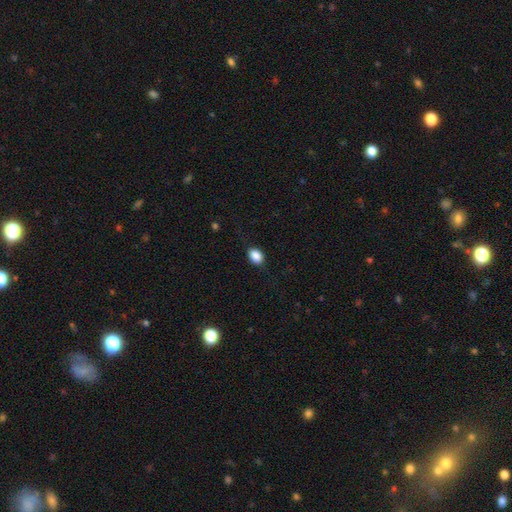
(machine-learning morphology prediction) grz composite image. It shows a smooth galaxy with no disk features (89%) that is in between round and cigar-shaped (75%). Merging: none (83%).